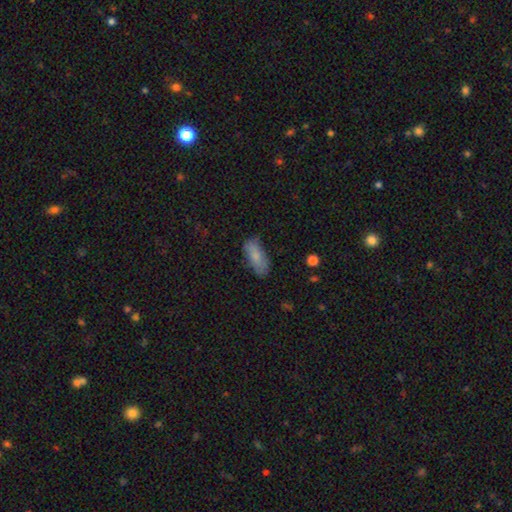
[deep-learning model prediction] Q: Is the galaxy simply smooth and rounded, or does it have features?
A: smooth — 78%.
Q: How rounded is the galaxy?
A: in between — 81%.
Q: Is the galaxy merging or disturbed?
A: none — 72%.